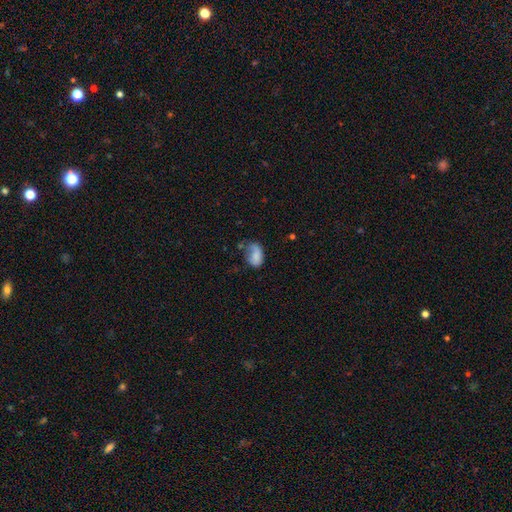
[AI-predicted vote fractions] A smooth galaxy with no disk features (72%) that is in between round and cigar-shaped (86%). Merging: none (36%).